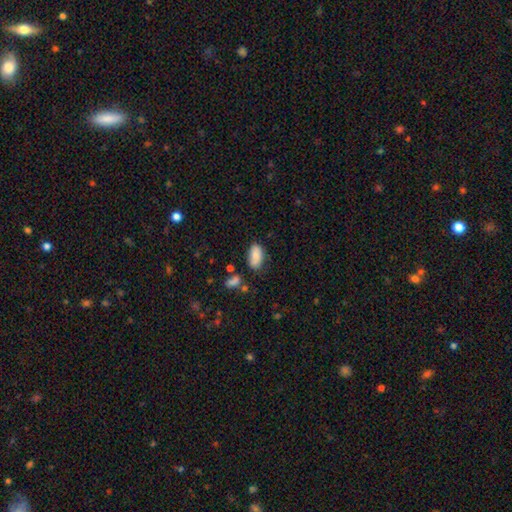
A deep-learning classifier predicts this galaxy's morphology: type=smooth (83%); roundness=in between (93%); merging=none (73%).